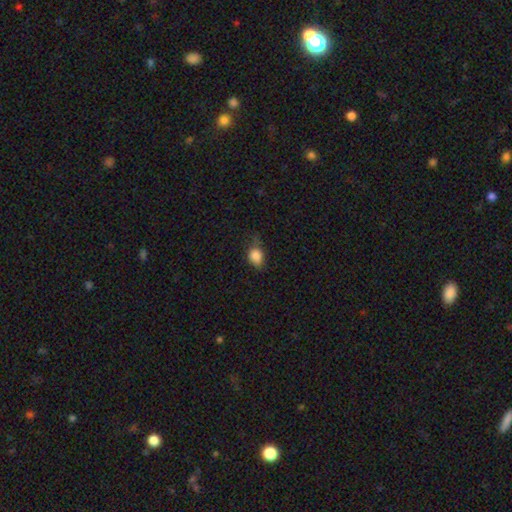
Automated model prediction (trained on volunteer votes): This appears to be a smooth galaxy with no disk features (85%) that is in between round and cigar-shaped (60%). Merging: none (47%).